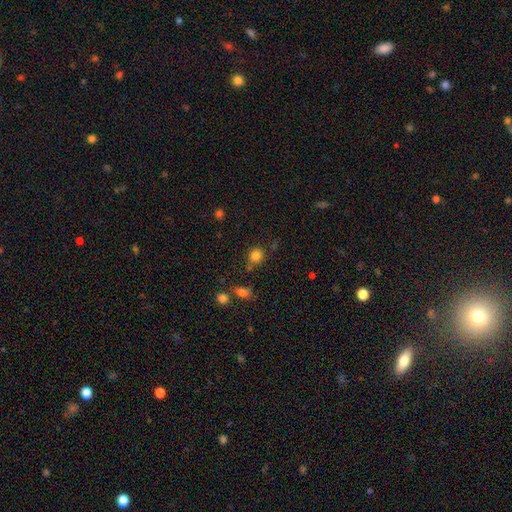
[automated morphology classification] Smooth or featured?
  - smooth: 82% *
  - star or artifact: 13%
  - featured or disk: 5%
How rounded?
  - round: 78% *
  - in between: 21%
  - cigar-shaped: 1%
Merging?
  - none: 74% *
  - minor disturbance: 13%
  - merger: 9%
  - major disturbance: 4%